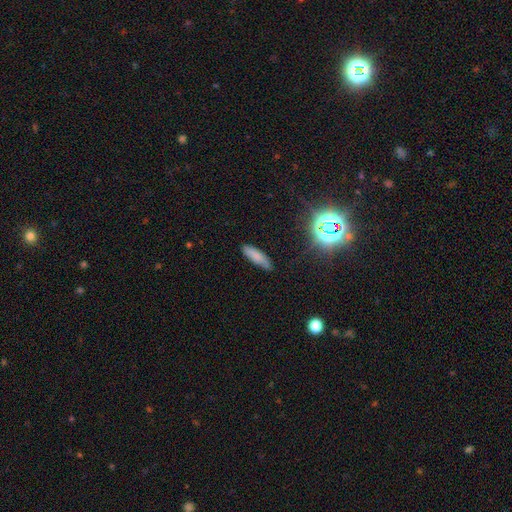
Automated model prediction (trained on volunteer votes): This is likely a smooth galaxy (75%). How rounded: possibly cigar-shaped (58%). Merging: likely none (74%).